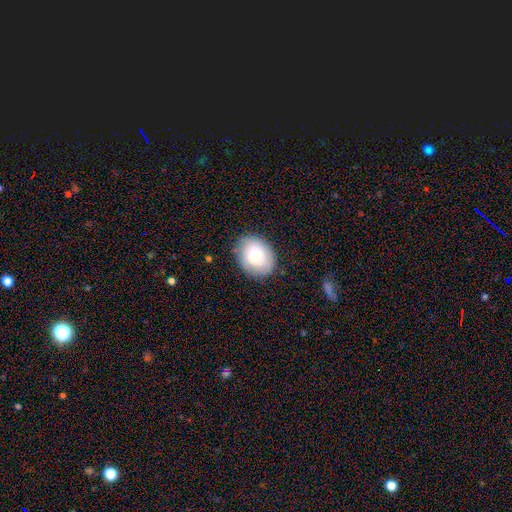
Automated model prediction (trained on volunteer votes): smooth 69%, featured or disk 24%, star or artifact 7%. Down the decision tree: how rounded — in between (55%); merging — none (81%).